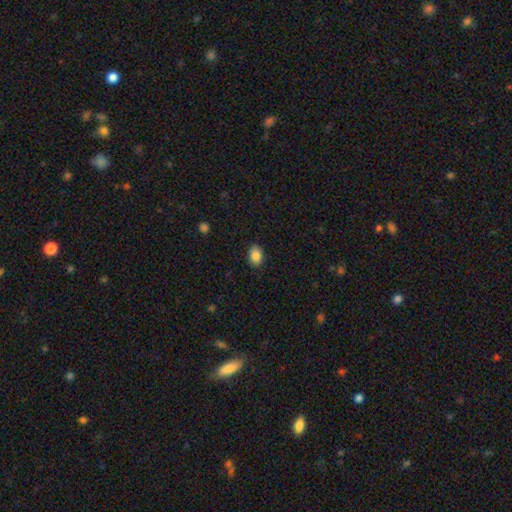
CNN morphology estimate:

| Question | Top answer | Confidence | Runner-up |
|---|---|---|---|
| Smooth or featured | smooth | 87% | star or artifact (8%) |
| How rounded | in between | 83% | round (16%) |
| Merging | none | 88% | minor disturbance (9%) |